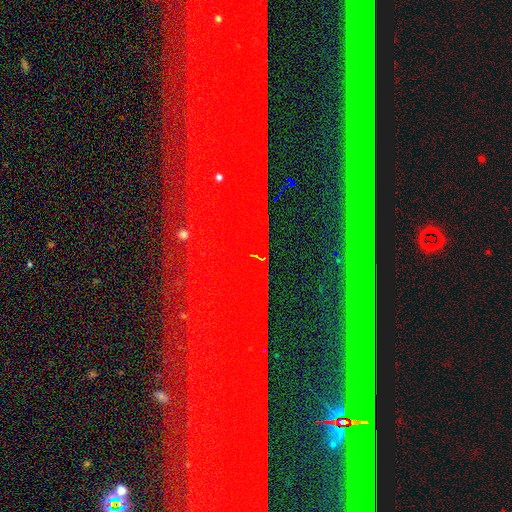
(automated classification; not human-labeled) Morphology: type=star or artifact (86%).